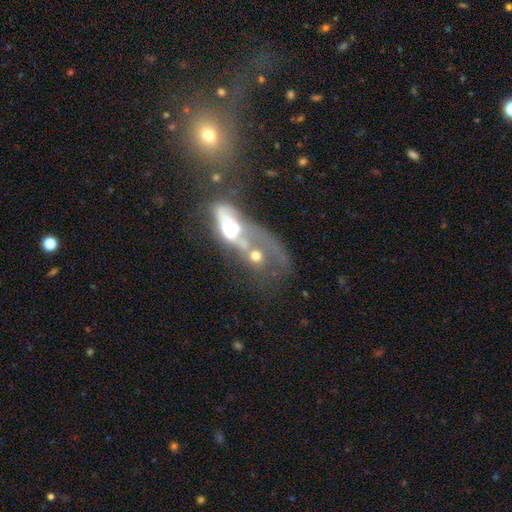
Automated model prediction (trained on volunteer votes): smooth-or-featured: featured or disk: 49% | smooth: 38% | star or artifact: 14%
  merging: merger: 66% | major disturbance: 19% | none: 10% | minor disturbance: 6%